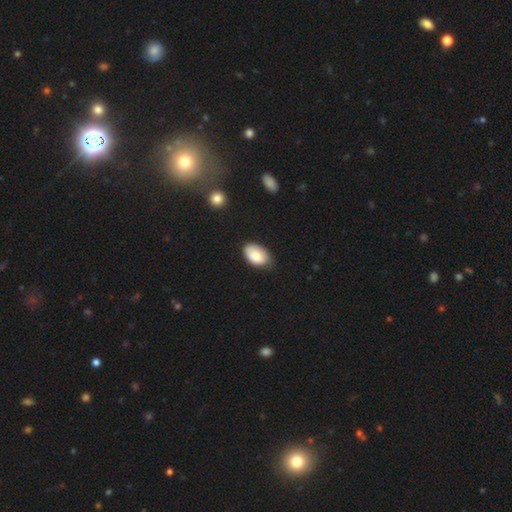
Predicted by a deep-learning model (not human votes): This appears to be a smooth galaxy with no disk features (83%) that is in between round and cigar-shaped (92%). Merging: none (66%).